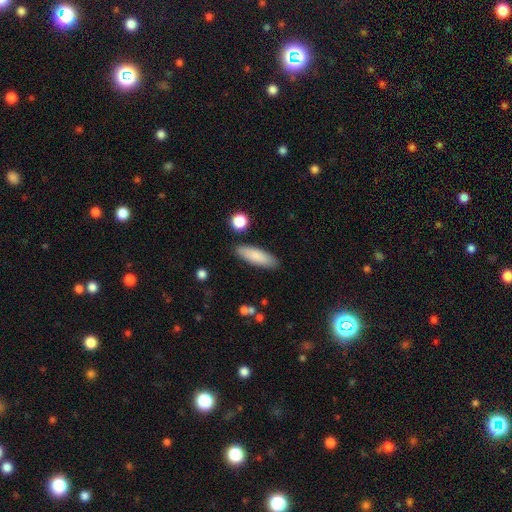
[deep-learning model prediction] The model was most divided on "how rounded": in between: 51%, cigar-shaped: 47%, round: 2%. More confident: merging — none (86%); smooth or featured — smooth (84%).